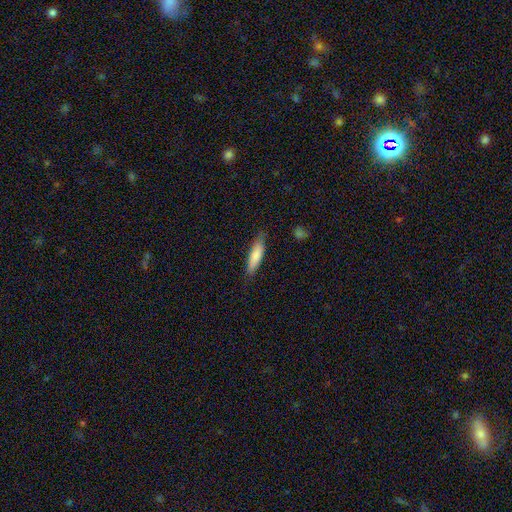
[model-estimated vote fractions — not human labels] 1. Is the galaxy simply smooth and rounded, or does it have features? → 80% smooth, 14% featured or disk, 6% star or artifact.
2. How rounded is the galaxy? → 64% cigar-shaped, 34% in between, 2% round.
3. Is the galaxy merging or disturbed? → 79% none, 17% minor disturbance, 3% major disturbance, 1% merger.